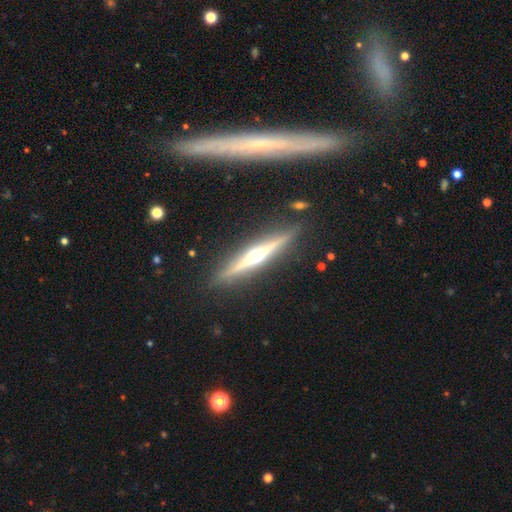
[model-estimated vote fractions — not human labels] Smooth or featured: featured or disk — 79% (smooth — 15%)
Edge-on disk: yes — 97% (no — 3%)
Edge-on bulge: rounded — 93% (boxy — 4%)
Merging: none — 88% (minor disturbance — 8%)